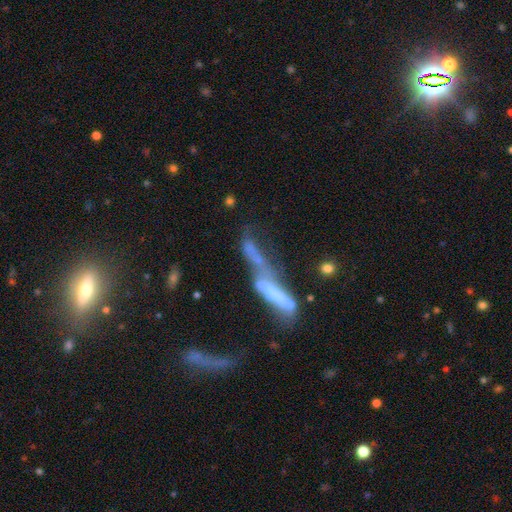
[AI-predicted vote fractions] This is possibly a featured or disk galaxy (53%). It is likely not viewed edge-on (66%). Merging: possibly merger (48%).